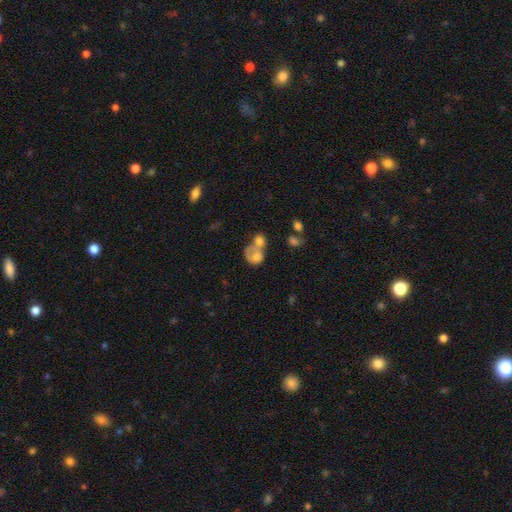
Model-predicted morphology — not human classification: Overall: smooth (67%). How rounded: round (55%; in between 44%). Merging: merger (62%).